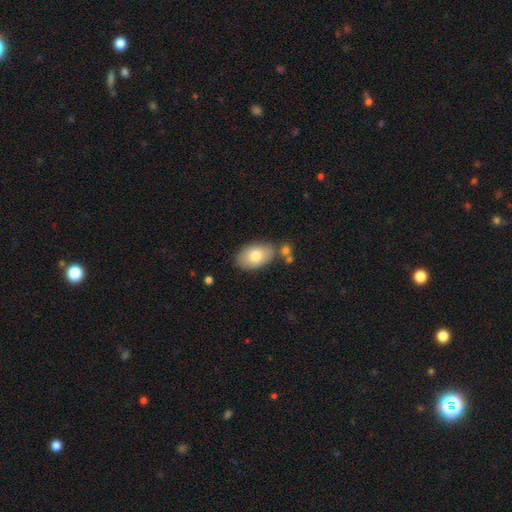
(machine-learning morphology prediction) type=smooth (77%); roundness=in between (91%); merging=none (71%).